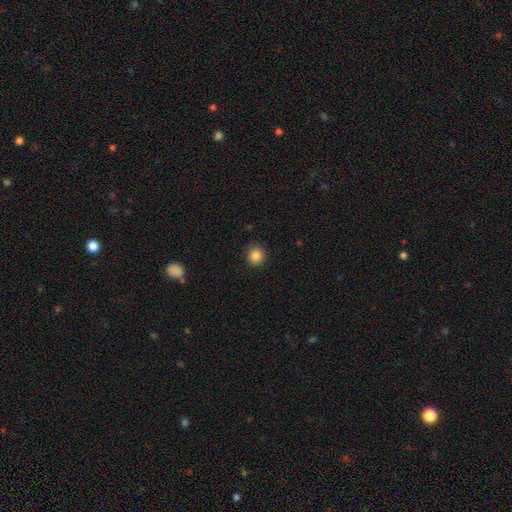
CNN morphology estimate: Smooth or featured? smooth (85%)
How rounded? round (93%)
Merging? none (92%)